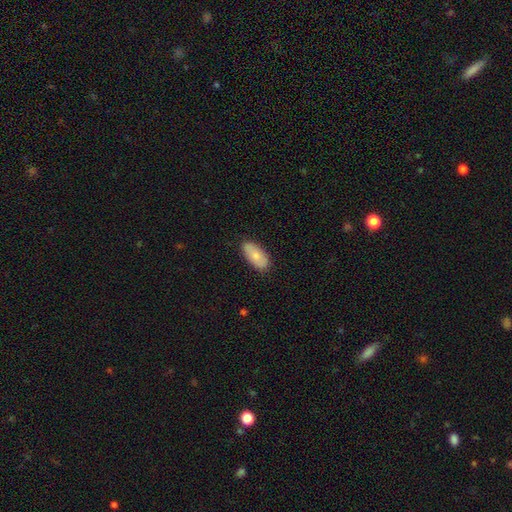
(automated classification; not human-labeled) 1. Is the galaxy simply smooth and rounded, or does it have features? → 77% smooth, 17% featured or disk, 6% star or artifact.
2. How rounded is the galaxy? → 91% in between, 7% cigar-shaped, 3% round.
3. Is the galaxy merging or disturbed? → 84% none, 13% minor disturbance, 2% major disturbance, 1% merger.